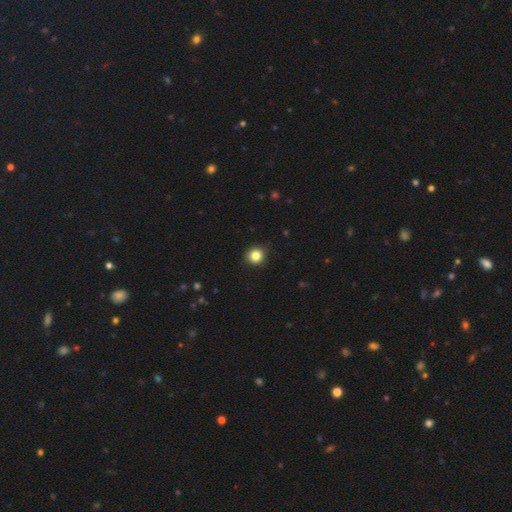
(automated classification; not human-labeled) Smooth or featured: smooth — 84% (star or artifact — 11%)
How rounded: round — 92% (in between — 7%)
Merging: none — 91% (minor disturbance — 6%)